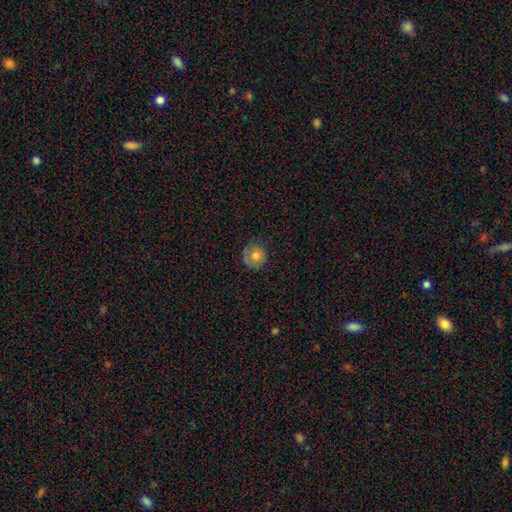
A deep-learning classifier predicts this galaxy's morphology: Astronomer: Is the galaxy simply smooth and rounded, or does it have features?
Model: smooth — 74%.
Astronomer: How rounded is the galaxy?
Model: round — 91%.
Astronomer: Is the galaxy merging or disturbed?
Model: none — 77%.